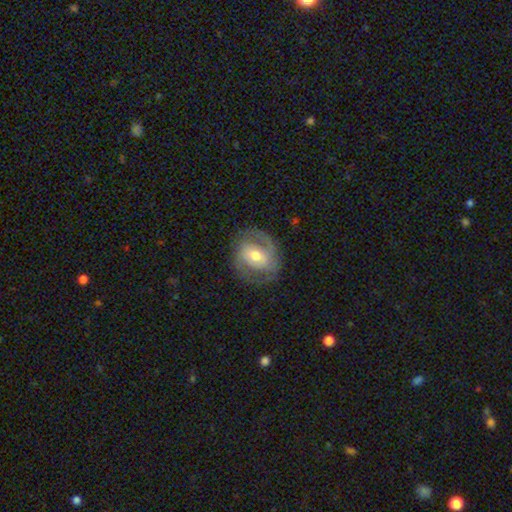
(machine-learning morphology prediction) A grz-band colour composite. It shows a featured or disk galaxy (67%) with a weak bar (42%), 2 (74%) medium (44%) spiral arms (78%) and a moderate central bulge (70%). Merging: none (72%).